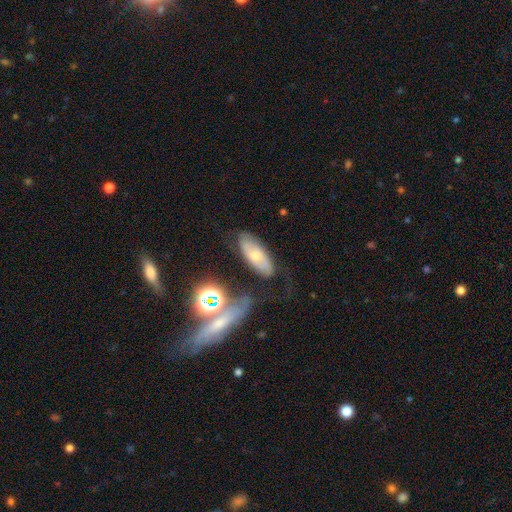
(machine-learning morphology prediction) smooth 48%, featured or disk 42%, star or artifact 10%. Down the decision tree: merging — none (69%).